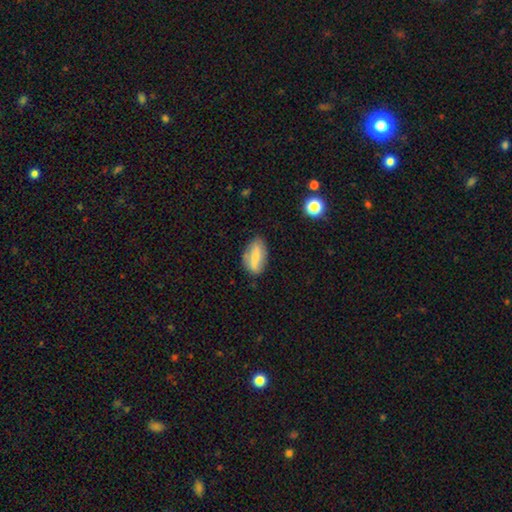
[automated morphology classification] smooth_or_featured: smooth (p=0.58) [alt: featured or disk p=0.34]
how_rounded: in between (p=0.84) [alt: cigar-shaped p=0.12]
merging: none (p=0.77) [alt: minor disturbance p=0.17]